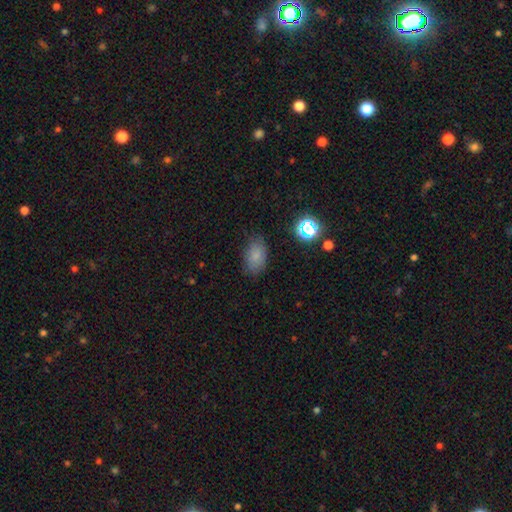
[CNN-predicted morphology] Smooth or featured? smooth (78%)
How rounded? in between (87%)
Merging? none (77%)